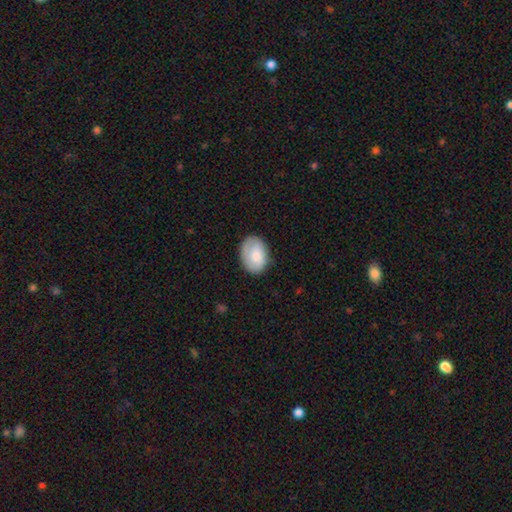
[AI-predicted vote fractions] A smooth galaxy with no disk features (78%) that is in between round and cigar-shaped (82%).

Vote fractions:
- Smooth or featured? smooth: 78% / featured or disk: 16% / star or artifact: 6%
- How rounded? in between: 82% / round: 17% / cigar-shaped: 1%
- Merging? none: 75% / minor disturbance: 19% / major disturbance: 5% / merger: 1%